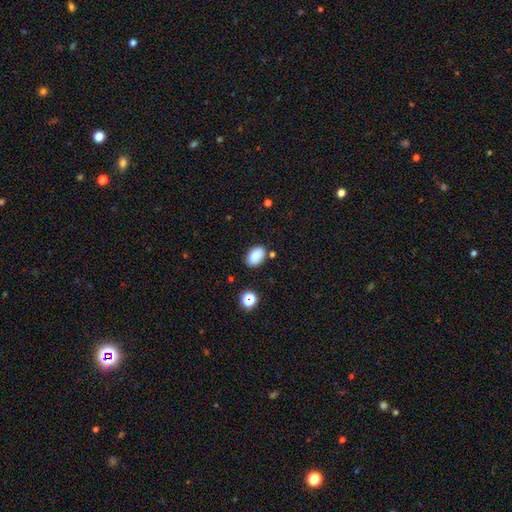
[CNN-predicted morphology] A smooth galaxy with no disk features (85%) that is in between round and cigar-shaped (87%).

Vote fractions:
- Smooth or featured? smooth: 85% / star or artifact: 9% / featured or disk: 5%
- How rounded? in between: 87% / round: 12% / cigar-shaped: 1%
- Merging? none: 79% / minor disturbance: 13% / merger: 4% / major disturbance: 3%